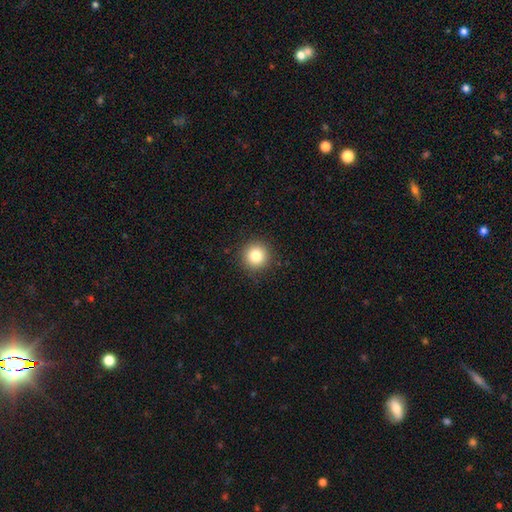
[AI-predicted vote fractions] This is clearly a smooth galaxy (83%). How rounded: clearly round (95%). Merging: clearly none (91%).